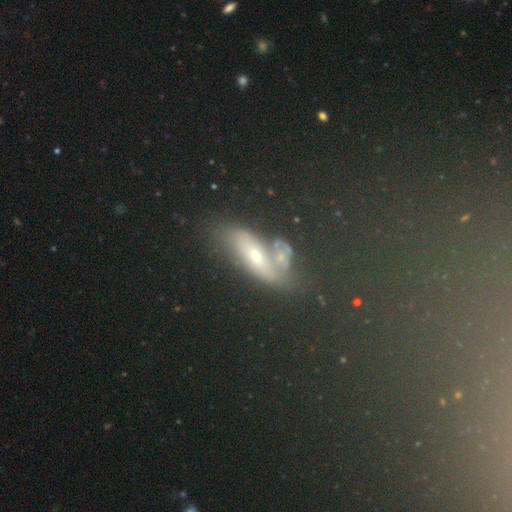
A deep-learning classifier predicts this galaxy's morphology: This appears to be a smooth galaxy with no disk features (45%). Merging: none (45%).